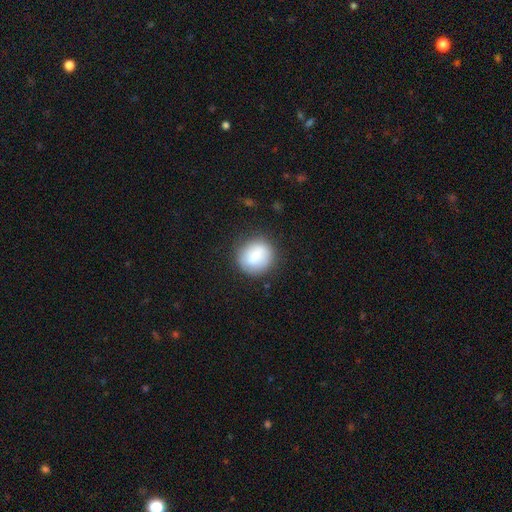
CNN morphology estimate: Smooth or featured? Predicted: smooth (p=0.78). How rounded? Predicted: round (p=0.84). Merging? Predicted: none (p=0.76).